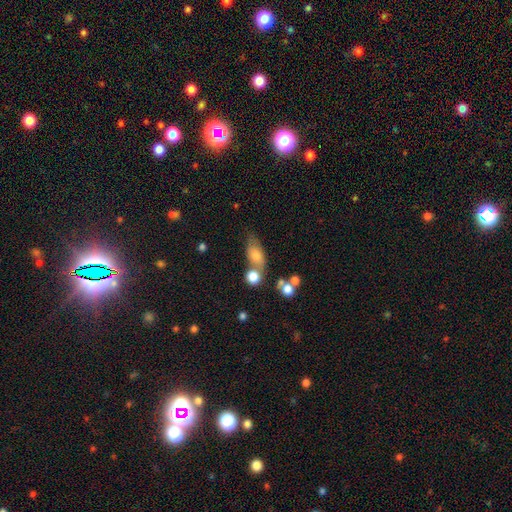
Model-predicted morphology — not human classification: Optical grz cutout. It shows a smooth galaxy with no disk features (74%) that is in between round and cigar-shaped (76%). Merging: none (46%).